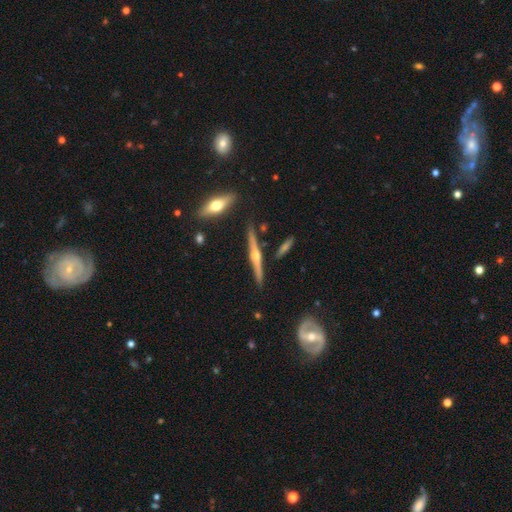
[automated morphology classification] Smooth or featured: featured or disk — 84% (smooth — 10%)
Edge-on disk: yes — 98% (no — 2%)
Edge-on bulge: rounded — 94% (boxy — 3%)
Merging: none — 86% (minor disturbance — 9%)